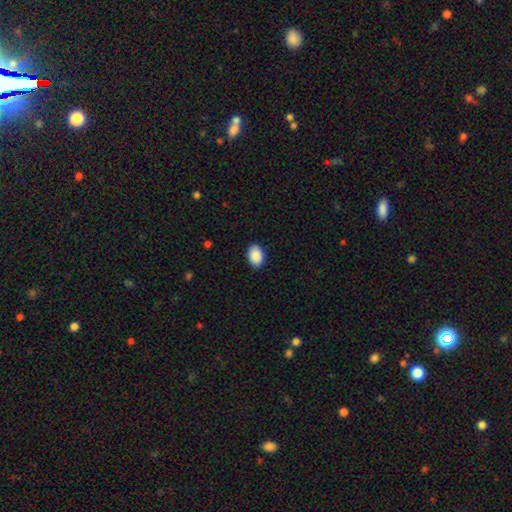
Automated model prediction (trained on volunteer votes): Smooth or featured: smooth — 90% (star or artifact — 7%)
How rounded: in between — 87% (round — 12%)
Merging: none — 90% (minor disturbance — 8%)